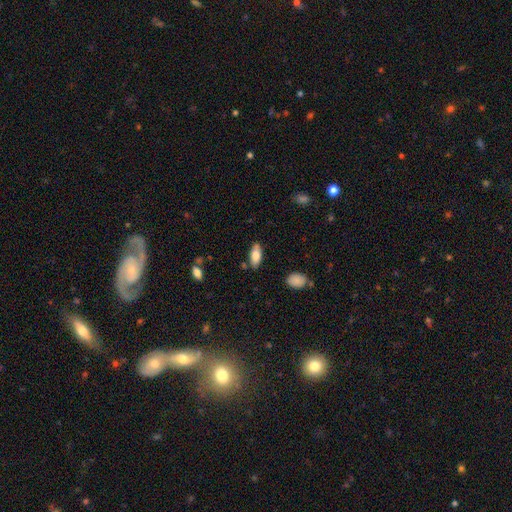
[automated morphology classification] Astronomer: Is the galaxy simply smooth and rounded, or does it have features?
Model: smooth — 80%.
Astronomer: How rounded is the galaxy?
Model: in between — 85%.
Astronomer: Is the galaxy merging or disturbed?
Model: none — 79%.